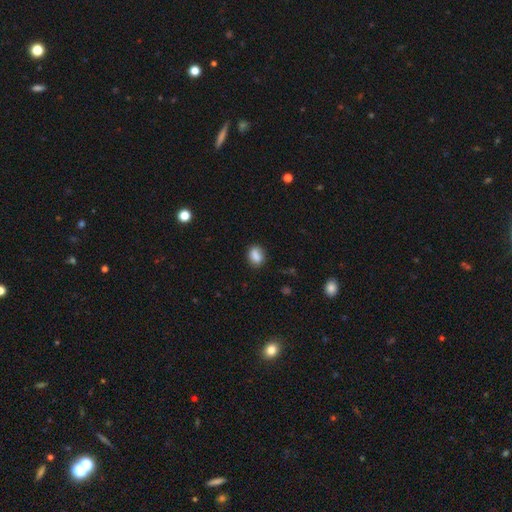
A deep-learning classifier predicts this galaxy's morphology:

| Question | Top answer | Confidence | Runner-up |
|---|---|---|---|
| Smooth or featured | smooth | 84% | star or artifact (9%) |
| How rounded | in between | 64% | round (34%) |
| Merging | none | 72% | minor disturbance (18%) |